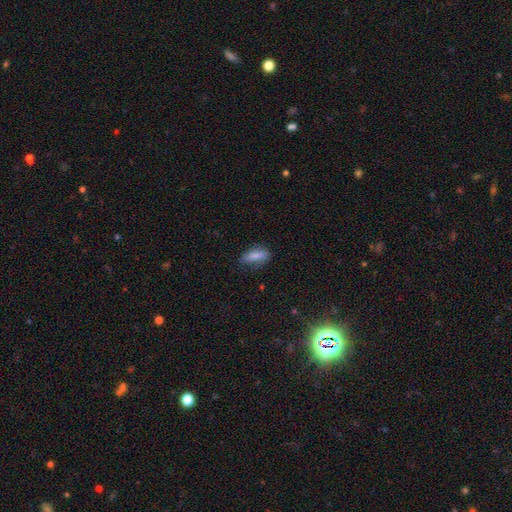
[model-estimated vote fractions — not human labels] smooth-or-featured: smooth: 80% | featured or disk: 13% | star or artifact: 7%
  how-rounded: in between: 73% | cigar-shaped: 24% | round: 3%
  merging: none: 65% | minor disturbance: 26% | major disturbance: 7% | merger: 2%